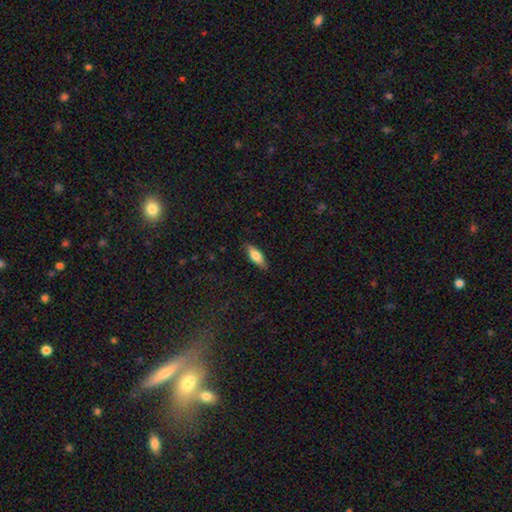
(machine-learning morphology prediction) Smooth or featured: smooth — 66% (featured or disk — 28%)
How rounded: in between — 56% (cigar-shaped — 41%)
Merging: none — 86% (minor disturbance — 11%)